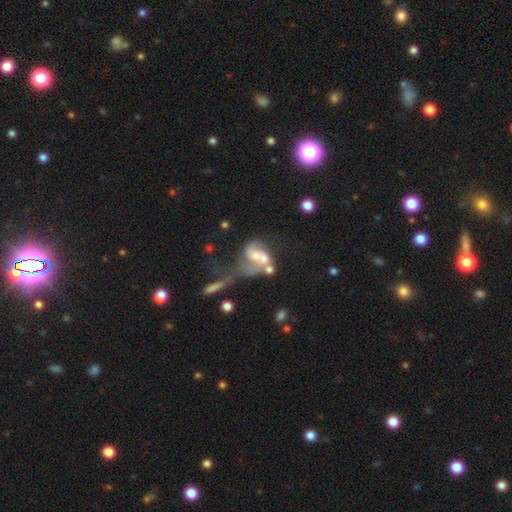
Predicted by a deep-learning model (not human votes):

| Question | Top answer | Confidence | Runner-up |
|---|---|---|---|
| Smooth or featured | featured or disk | 65% | smooth (25%) |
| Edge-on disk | no | 96% | yes (4%) |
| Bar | no | 53% | weak (32%) |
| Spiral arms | yes | 70% | no (30%) |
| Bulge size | moderate | 40% | small (26%) |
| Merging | merger | 51% | major disturbance (26%) |